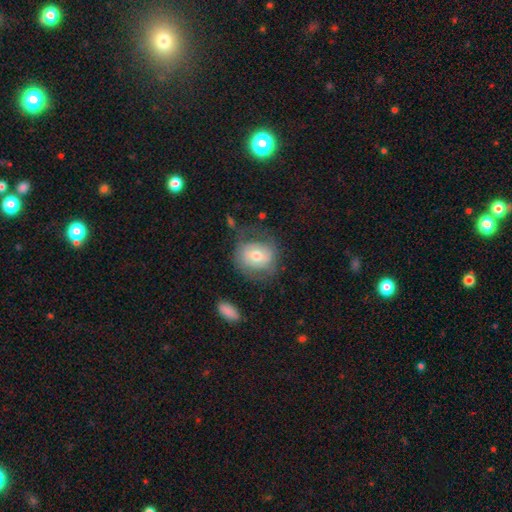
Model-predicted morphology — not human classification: The model was most divided on "smooth or featured": smooth: 56%, featured or disk: 37%, star or artifact: 7%. More confident: how rounded — round (73%); merging — none (57%).